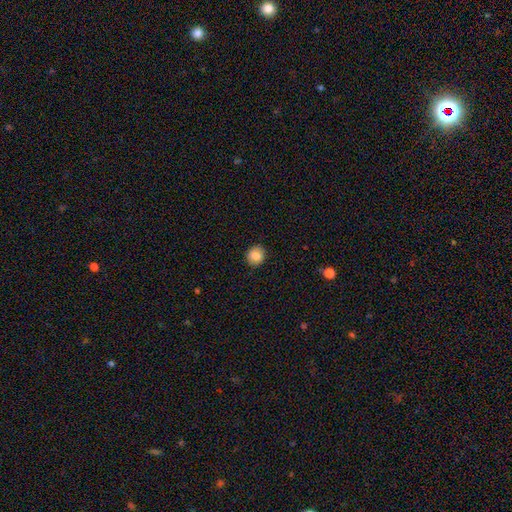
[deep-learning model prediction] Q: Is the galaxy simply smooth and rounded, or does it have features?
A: smooth — 85%.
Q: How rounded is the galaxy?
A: round — 77%.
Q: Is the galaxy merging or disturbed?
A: none — 88%.